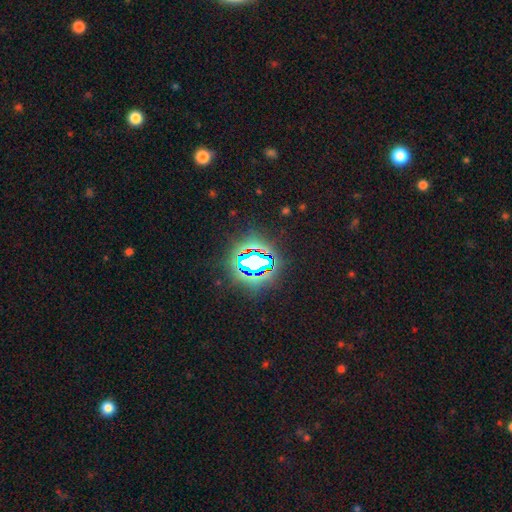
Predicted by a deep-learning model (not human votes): smooth_or_featured: star or artifact (p=0.76) [alt: smooth p=0.13]